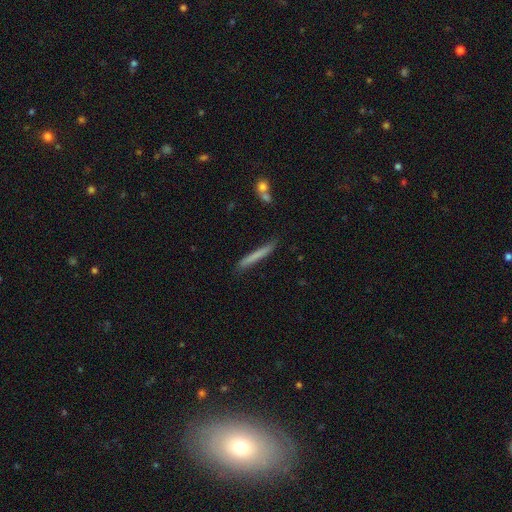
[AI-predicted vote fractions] Smooth or featured? Predicted: smooth (p=0.69). How rounded? Predicted: cigar-shaped (p=0.96). Merging? Predicted: none (p=0.81).